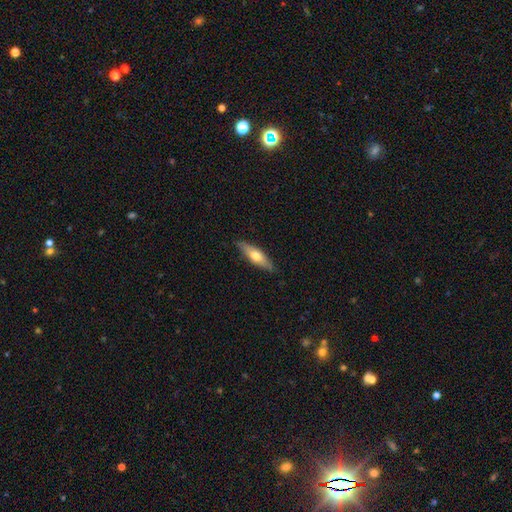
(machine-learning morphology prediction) smooth_or_featured: smooth (p=0.58) [alt: featured or disk p=0.37]
how_rounded: cigar-shaped (p=0.60) [alt: in between p=0.38]
merging: none (p=0.83) [alt: minor disturbance p=0.13]